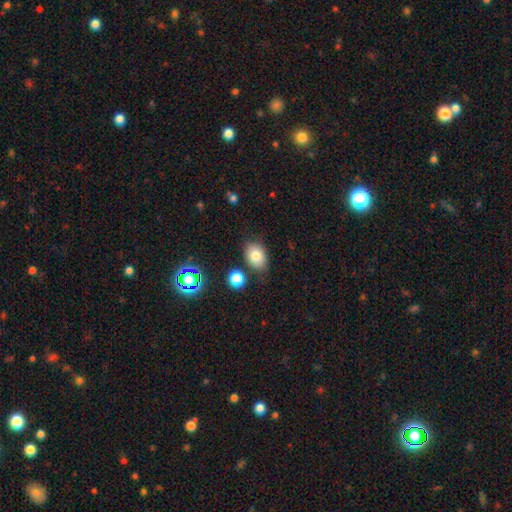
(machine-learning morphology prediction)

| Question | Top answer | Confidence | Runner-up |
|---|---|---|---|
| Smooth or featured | smooth | 79% | star or artifact (11%) |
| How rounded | in between | 77% | round (22%) |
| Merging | none | 76% | minor disturbance (15%) |